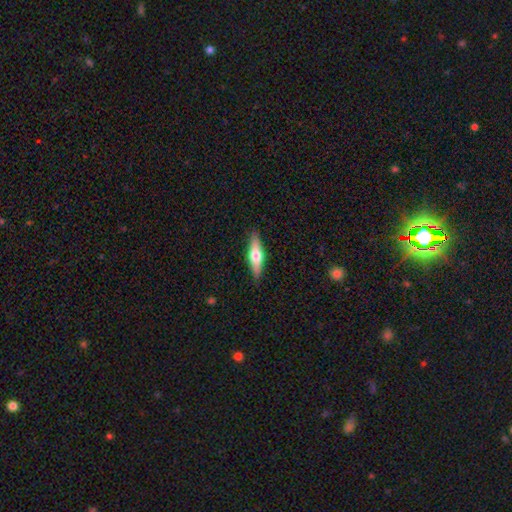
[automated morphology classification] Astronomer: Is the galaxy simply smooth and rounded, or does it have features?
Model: smooth — 48% (runner-up: featured or disk, 46%).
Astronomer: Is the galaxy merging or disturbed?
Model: none — 88%.